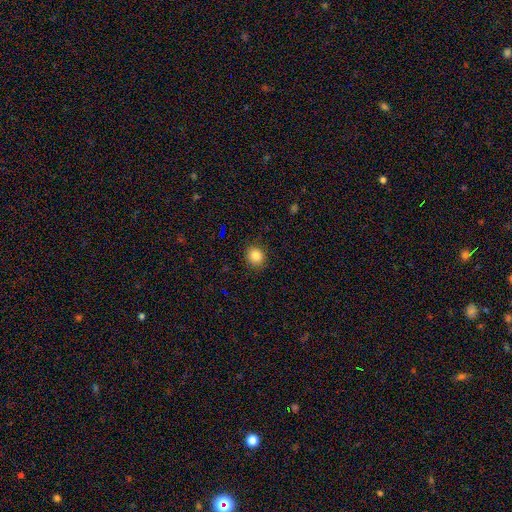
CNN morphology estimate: type=smooth (82%); roundness=round (87%); merging=none (90%).